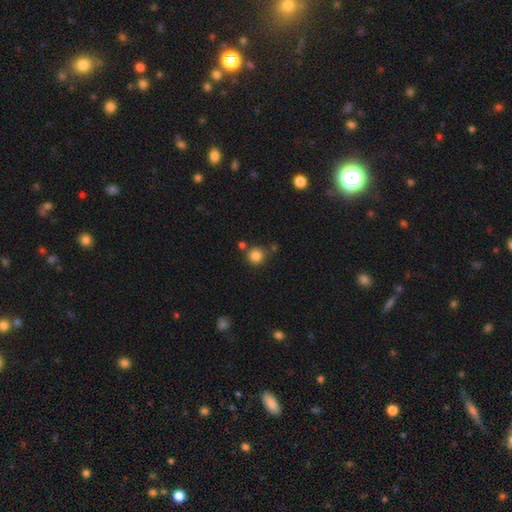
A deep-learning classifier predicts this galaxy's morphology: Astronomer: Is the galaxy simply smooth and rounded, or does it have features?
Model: smooth — 84%.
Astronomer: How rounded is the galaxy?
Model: round — 92%.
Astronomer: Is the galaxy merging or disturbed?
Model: none — 75%.